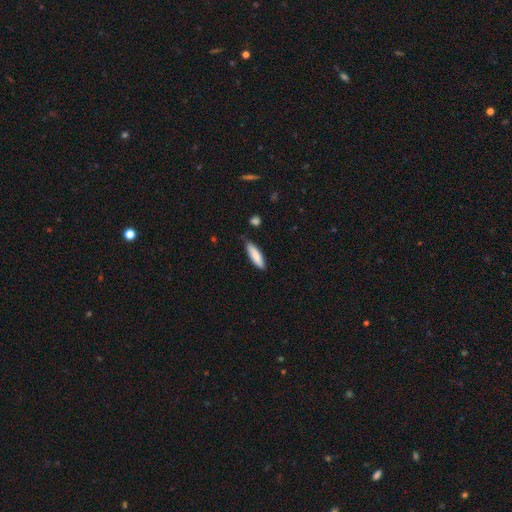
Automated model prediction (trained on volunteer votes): Smooth or featured? Predicted: smooth (p=0.84). How rounded? Predicted: cigar-shaped (p=0.61). Merging? Predicted: none (p=0.79).